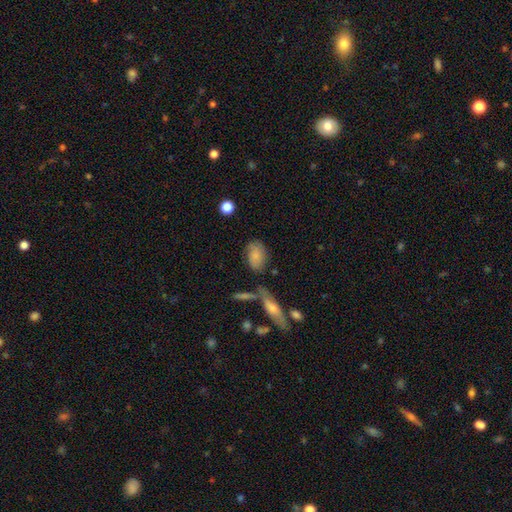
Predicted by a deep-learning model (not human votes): This appears to be a smooth galaxy with no disk features (77%) that is in between round and cigar-shaped (89%). Merging: none (64%).